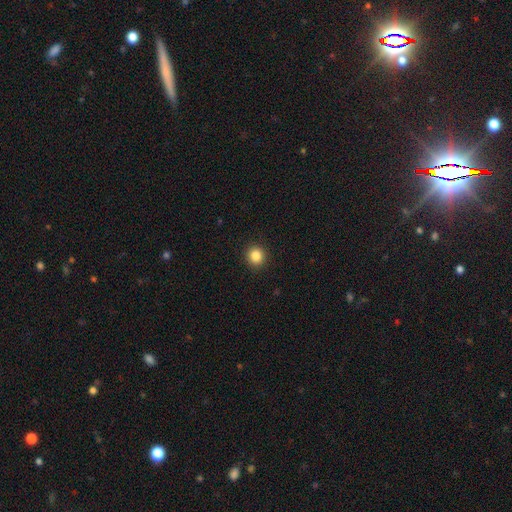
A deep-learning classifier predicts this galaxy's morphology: Overall: smooth (85%). How rounded: round (91%). Merging: none (93%).